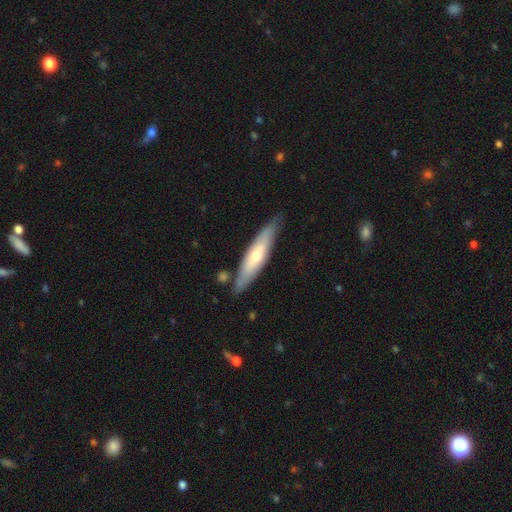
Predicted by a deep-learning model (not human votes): Overall: smooth (52%; featured or disk 43%). How rounded: cigar-shaped (79%). Merging: none (81%).